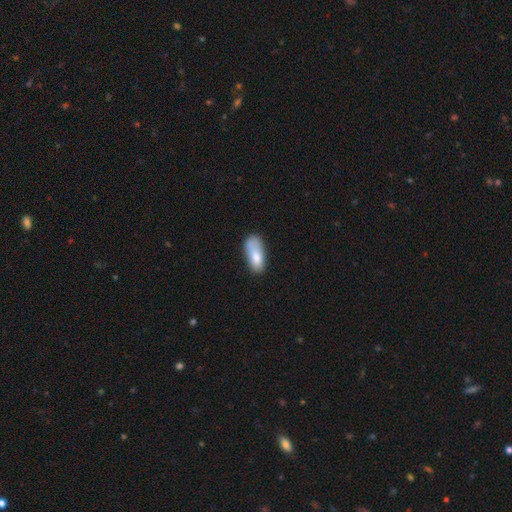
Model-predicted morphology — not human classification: Smooth or featured: smooth — 78% (featured or disk — 15%)
How rounded: in between — 83% (cigar-shaped — 15%)
Merging: none — 47% (minor disturbance — 31%)